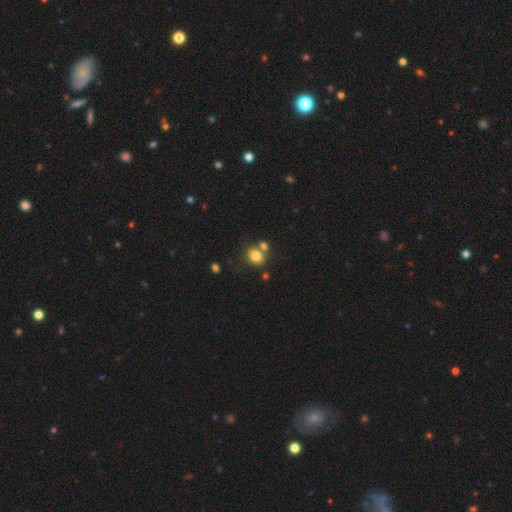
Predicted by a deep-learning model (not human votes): smooth_or_featured: smooth (p=0.81) [alt: star or artifact p=0.11]
how_rounded: round (p=0.62) [alt: in between p=0.38]
merging: none (p=0.61) [alt: merger p=0.24]